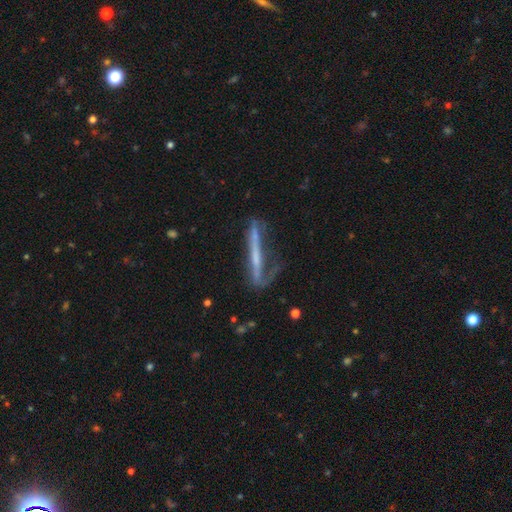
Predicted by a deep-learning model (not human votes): smooth_or_featured: featured or disk (p=0.65) [alt: smooth p=0.27]
disk_edge_on: yes (p=0.75) [alt: no p=0.25]
merging: none (p=0.43) [alt: major disturbance p=0.28]